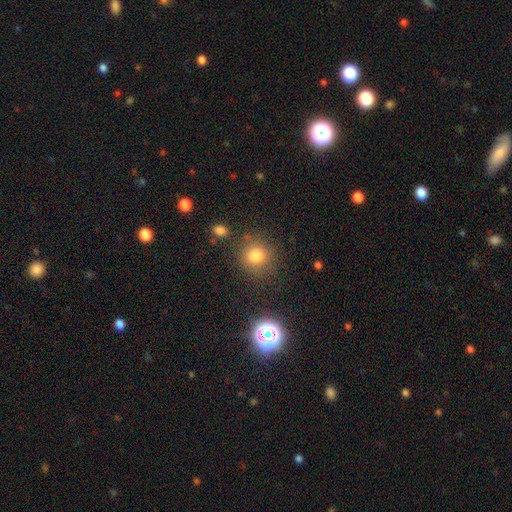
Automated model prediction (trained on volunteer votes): This is likely a smooth galaxy (77%). How rounded: clearly round (88%). Merging: likely none (80%).